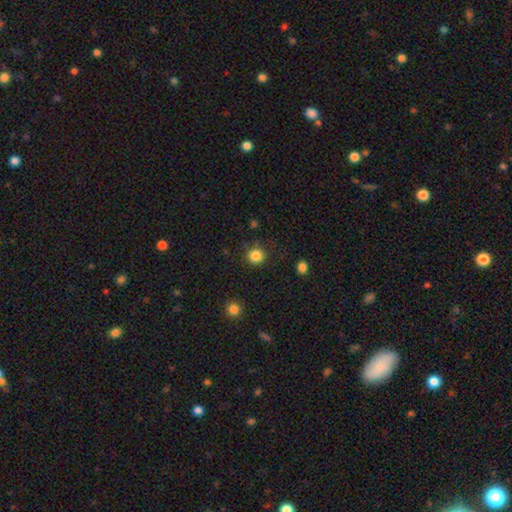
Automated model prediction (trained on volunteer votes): A smooth galaxy with no disk features (85%) that is round (91%). Merging: none (82%).